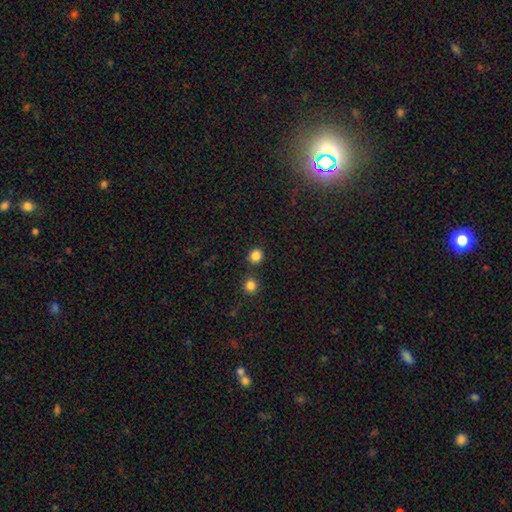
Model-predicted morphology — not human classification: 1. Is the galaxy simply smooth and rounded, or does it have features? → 85% smooth, 12% star or artifact, 3% featured or disk.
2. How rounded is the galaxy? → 86% round, 13% in between, 1% cigar-shaped.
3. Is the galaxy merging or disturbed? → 83% none, 7% minor disturbance, 7% merger, 2% major disturbance.